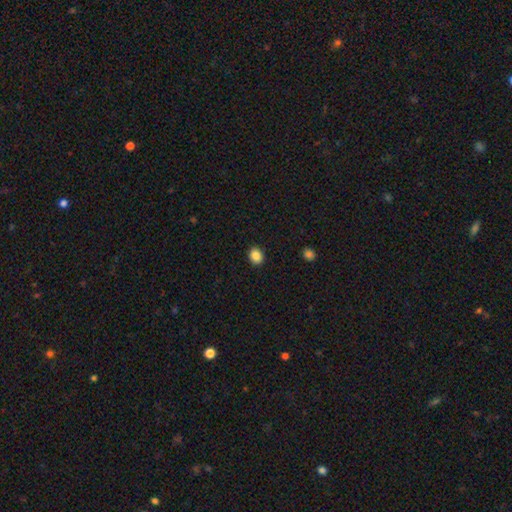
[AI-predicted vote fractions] Smooth or featured: smooth — 87% (star or artifact — 9%)
How rounded: round — 51% (in between — 48%)
Merging: none — 91% (minor disturbance — 7%)